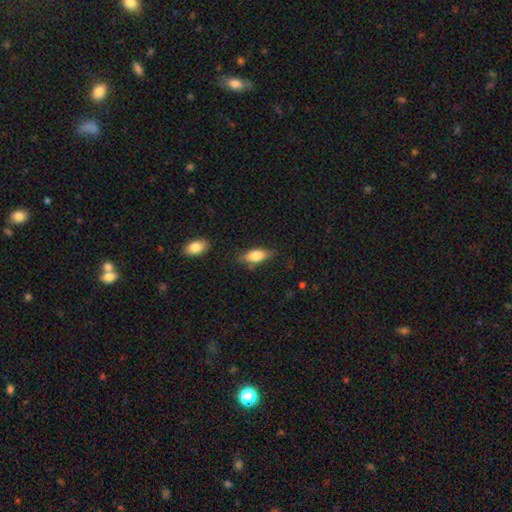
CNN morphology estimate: The model was most divided on "merging": none: 73%, minor disturbance: 20%, major disturbance: 5%, merger: 3%. More confident: how rounded — in between (81%); smooth or featured — smooth (78%).